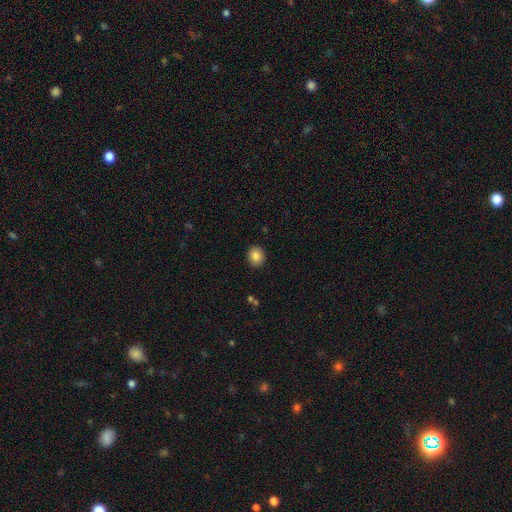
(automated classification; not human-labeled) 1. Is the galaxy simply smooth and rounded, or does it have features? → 85% smooth, 9% star or artifact, 6% featured or disk.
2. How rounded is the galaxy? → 78% round, 22% in between, 1% cigar-shaped.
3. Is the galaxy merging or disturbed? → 90% none, 7% minor disturbance, 2% major disturbance, 1% merger.